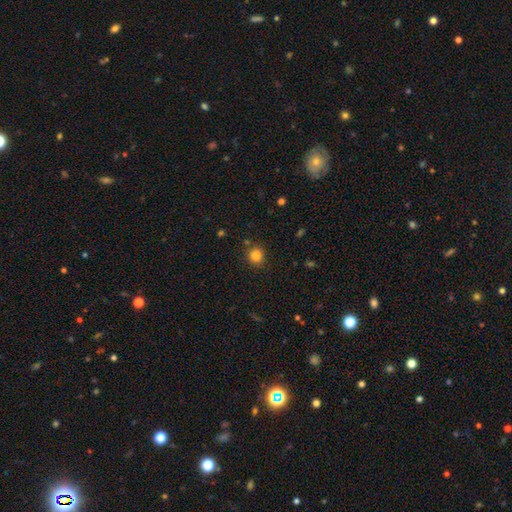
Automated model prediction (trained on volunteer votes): Morphology: type=smooth (82%); roundness=round (85%); merging=none (85%).